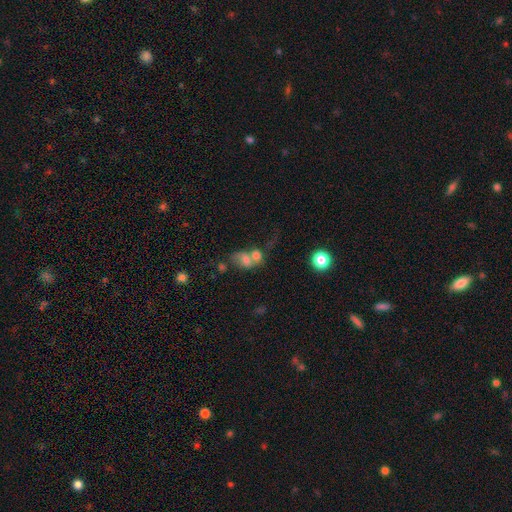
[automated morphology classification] type=smooth (66%); roundness=in between (60%); merging=merger (69%).